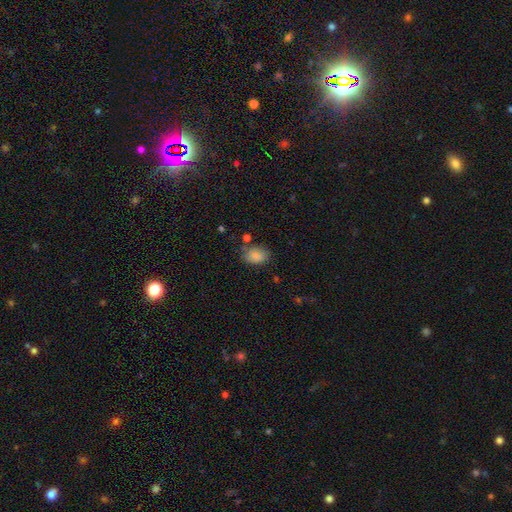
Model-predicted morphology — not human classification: smooth_or_featured: smooth (p=0.84) [alt: star or artifact p=0.09]
how_rounded: in between (p=0.72) [alt: round p=0.26]
merging: none (p=0.68) [alt: minor disturbance p=0.20]